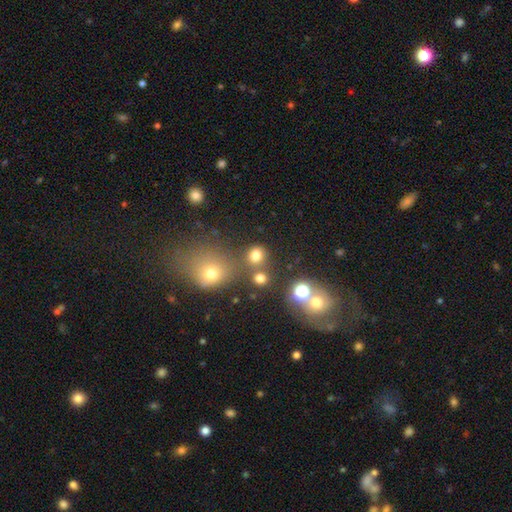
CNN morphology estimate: smooth-or-featured: smooth: 75% | star or artifact: 18% | featured or disk: 7%
  how-rounded: round: 81% | in between: 18% | cigar-shaped: 1%
  merging: none: 70% | merger: 16% | minor disturbance: 9% | major disturbance: 5%